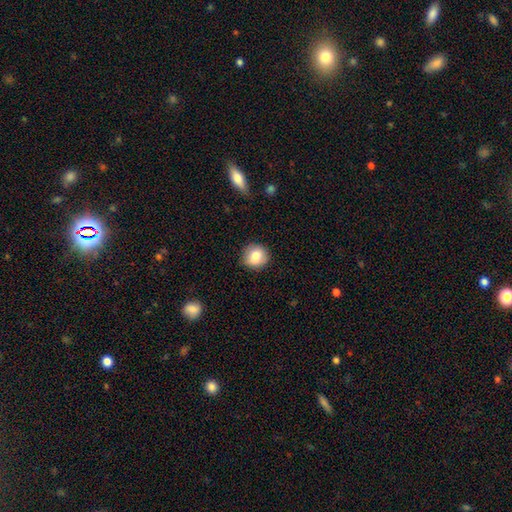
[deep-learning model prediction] Q: Smooth or featured?
A: smooth (81%); runner-up: featured or disk (10%)
Q: How rounded?
A: round (89%); runner-up: in between (10%)
Q: Merging?
A: none (84%); runner-up: minor disturbance (13%)